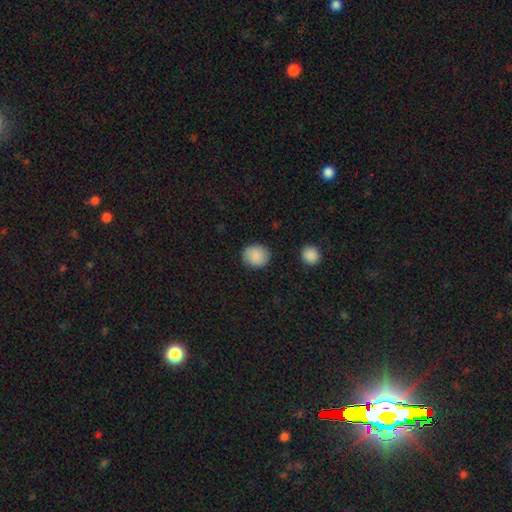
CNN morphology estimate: smooth_or_featured: smooth (p=0.88) [alt: star or artifact p=0.07]
how_rounded: round (p=0.86) [alt: in between p=0.13]
merging: none (p=0.88) [alt: minor disturbance p=0.08]